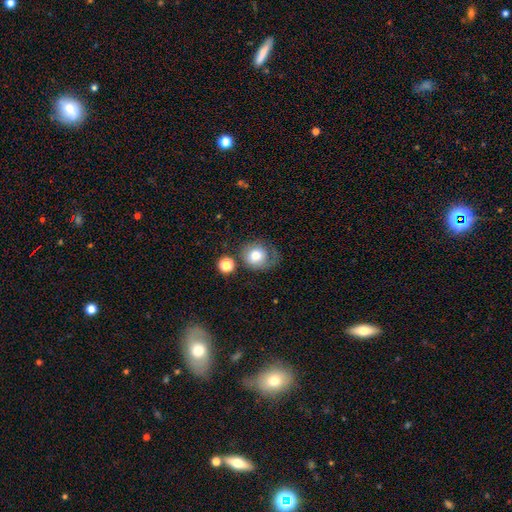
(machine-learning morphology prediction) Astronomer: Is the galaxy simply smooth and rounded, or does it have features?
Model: smooth — 72%.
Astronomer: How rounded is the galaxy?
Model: round — 70%.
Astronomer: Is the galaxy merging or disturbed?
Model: none — 42% (runner-up: minor disturbance, 26%).